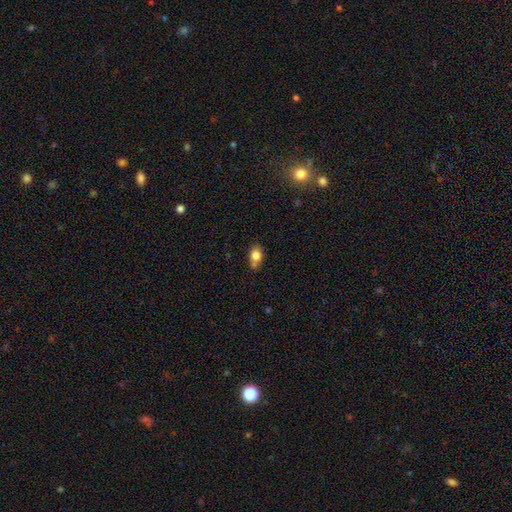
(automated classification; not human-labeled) smooth 80%, featured or disk 11%, star or artifact 9%. Down the decision tree: how rounded — in between (71%); merging — none (60%).